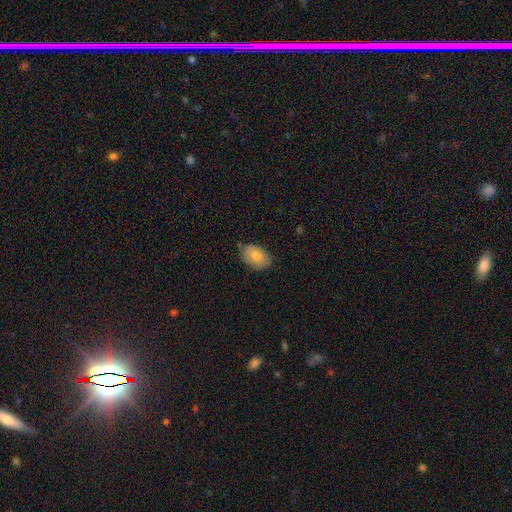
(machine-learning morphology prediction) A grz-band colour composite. It shows a smooth galaxy with no disk features (82%) that is in between round and cigar-shaped (87%). Merging: none (77%).